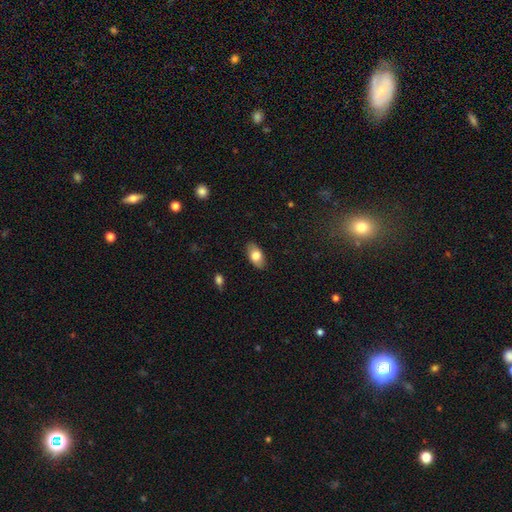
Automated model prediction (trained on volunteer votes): A smooth galaxy with no disk features (77%) that is in between round and cigar-shaped (92%). Merging: none (87%).